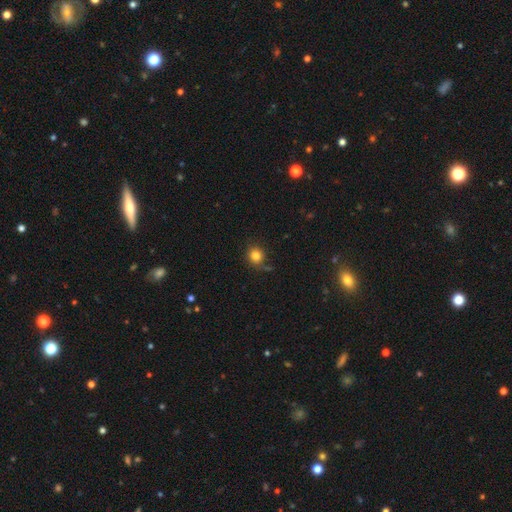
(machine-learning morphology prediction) A smooth galaxy with no disk features (83%) that is round (87%).

Vote fractions:
- Smooth or featured? smooth: 83% / star or artifact: 12% / featured or disk: 6%
- How rounded? round: 87% / in between: 12% / cigar-shaped: 1%
- Merging? none: 78% / minor disturbance: 14% / major disturbance: 4% / merger: 4%